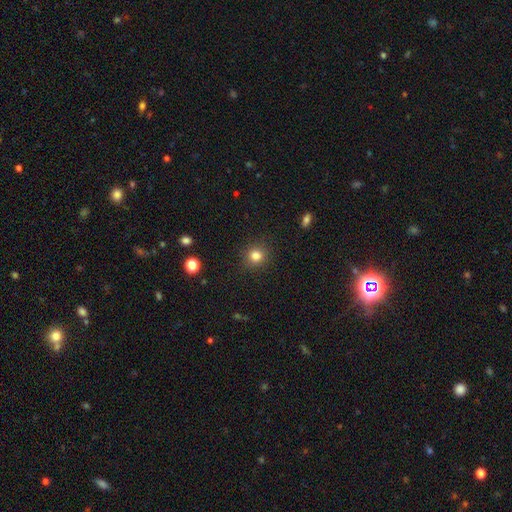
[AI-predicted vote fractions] Smooth or featured: smooth — 82% (star or artifact — 12%)
How rounded: round — 89% (in between — 10%)
Merging: none — 90% (minor disturbance — 7%)